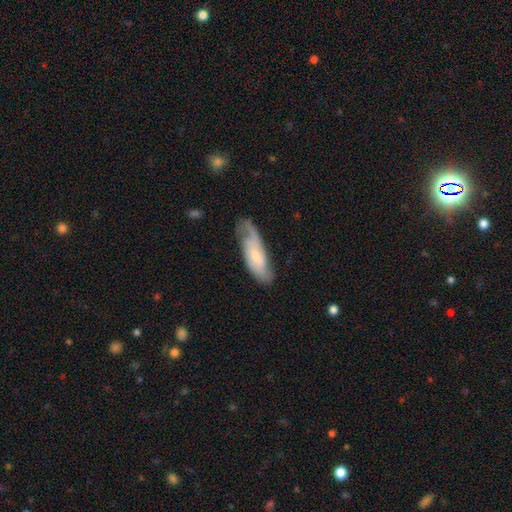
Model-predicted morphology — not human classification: Overall: featured or disk (55%; smooth 38%). Edge-on disk: no (82%). Merging: none (52%; minor disturbance 30%).